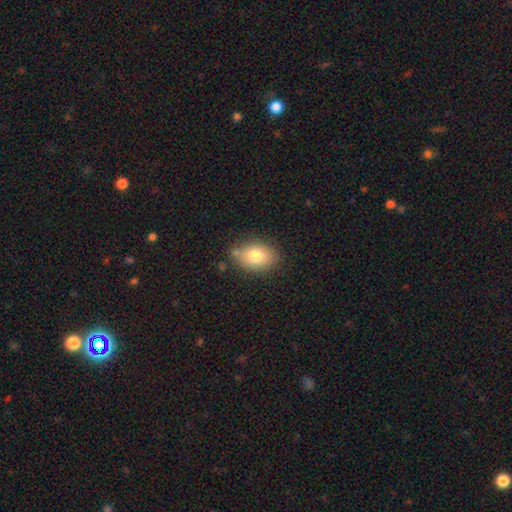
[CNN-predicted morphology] Q: Smooth or featured?
A: smooth (79%); runner-up: featured or disk (12%)
Q: How rounded?
A: in between (76%); runner-up: round (23%)
Q: Merging?
A: none (77%); runner-up: minor disturbance (15%)